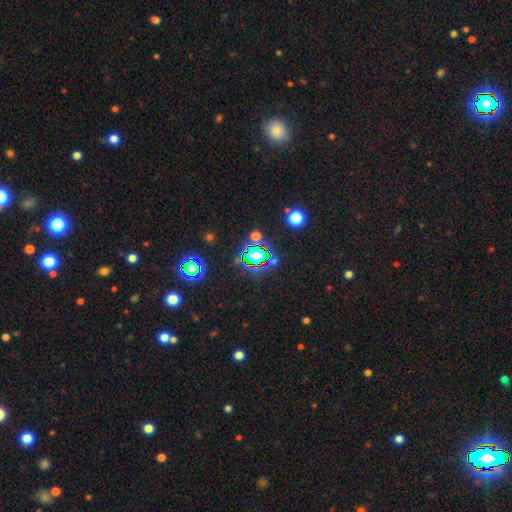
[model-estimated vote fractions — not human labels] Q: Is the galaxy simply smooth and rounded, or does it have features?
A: star or artifact — 65%.